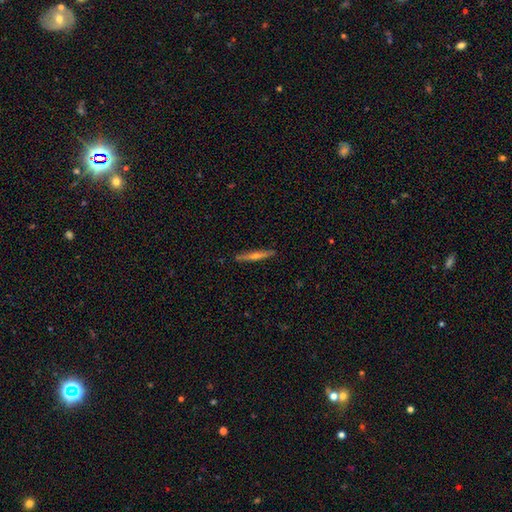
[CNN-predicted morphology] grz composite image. It shows a featured or disk galaxy (64%) viewed edge-on (97%) with a rounded central bulge (81%). Merging: none (90%).